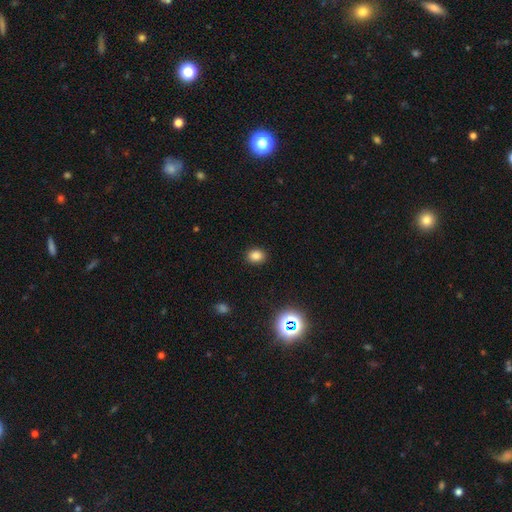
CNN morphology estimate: smooth_or_featured: smooth (p=0.81) [alt: star or artifact p=0.14]
how_rounded: round (p=0.53) [alt: in between p=0.46]
merging: none (p=0.90) [alt: minor disturbance p=0.07]